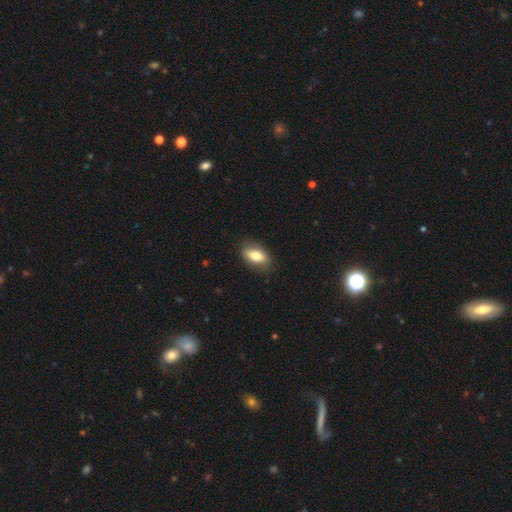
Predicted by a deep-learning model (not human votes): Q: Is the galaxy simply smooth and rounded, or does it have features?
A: smooth — 76%.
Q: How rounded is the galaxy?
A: in between — 89%.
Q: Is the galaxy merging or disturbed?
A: none — 83%.